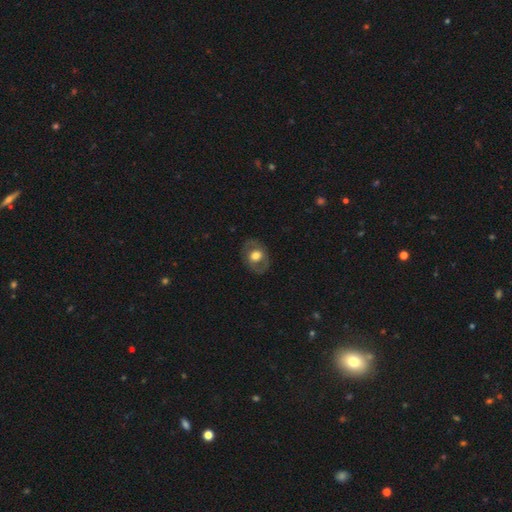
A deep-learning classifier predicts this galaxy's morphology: Q: Smooth or featured?
A: smooth (50%); runner-up: featured or disk (43%)
Q: Merging?
A: none (79%); runner-up: minor disturbance (14%)